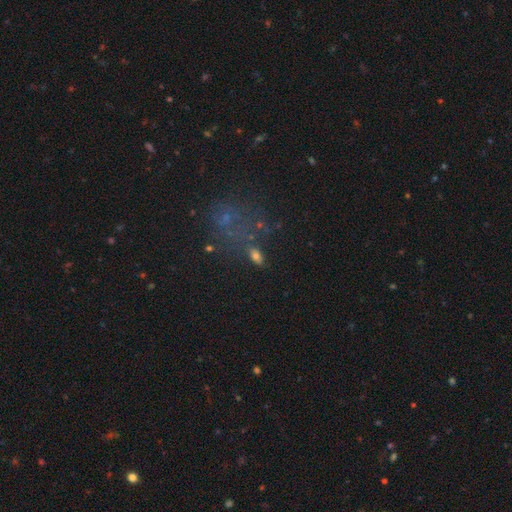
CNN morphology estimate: A smooth galaxy with no disk features (62%) that is in between round and cigar-shaped (82%).

Vote fractions:
- Smooth or featured? smooth: 62% / star or artifact: 22% / featured or disk: 16%
- How rounded? in between: 82% / round: 10% / cigar-shaped: 9%
- Merging? none: 58% / minor disturbance: 17% / major disturbance: 15% / merger: 11%